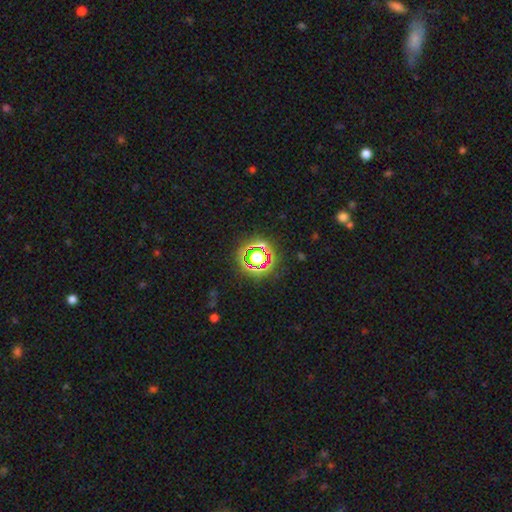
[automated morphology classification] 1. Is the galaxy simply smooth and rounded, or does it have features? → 62% star or artifact, 27% smooth, 12% featured or disk.